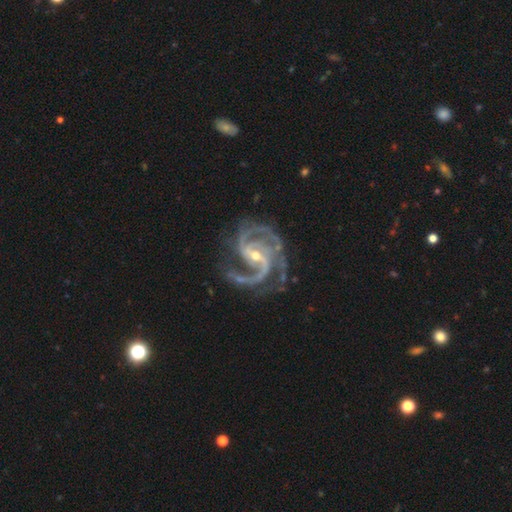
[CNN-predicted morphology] The model was most divided on "bar": weak: 39%, strong: 36%, no: 25%. More confident: spiral arms — yes (99%); edge-on disk — no (98%); smooth or featured — featured or disk (93%); bulge size — small (65%); merging — none (64%); spiral winding — medium (60%); spiral arm count — 2 (51%).